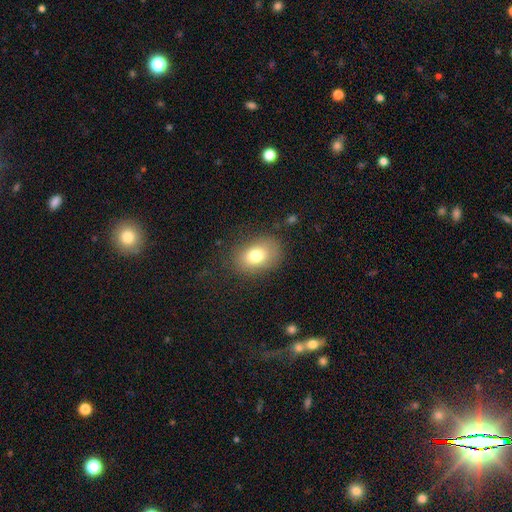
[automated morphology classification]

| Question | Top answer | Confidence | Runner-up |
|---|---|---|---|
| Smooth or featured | smooth | 77% | featured or disk (13%) |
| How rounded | in between | 75% | round (24%) |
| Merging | none | 79% | minor disturbance (14%) |